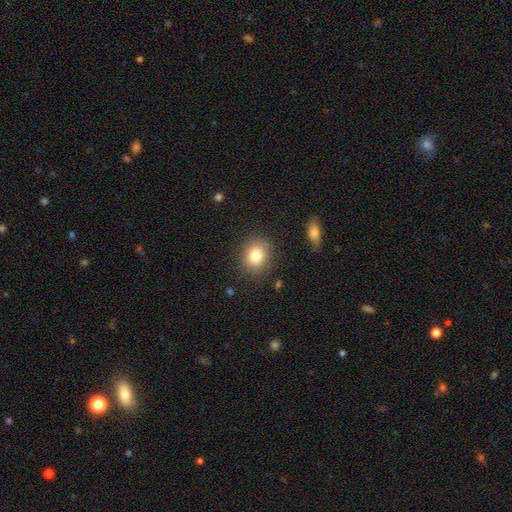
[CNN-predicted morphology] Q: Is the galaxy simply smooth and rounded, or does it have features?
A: smooth — 82%.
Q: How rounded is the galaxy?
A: round — 59%.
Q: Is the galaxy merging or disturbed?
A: none — 84%.